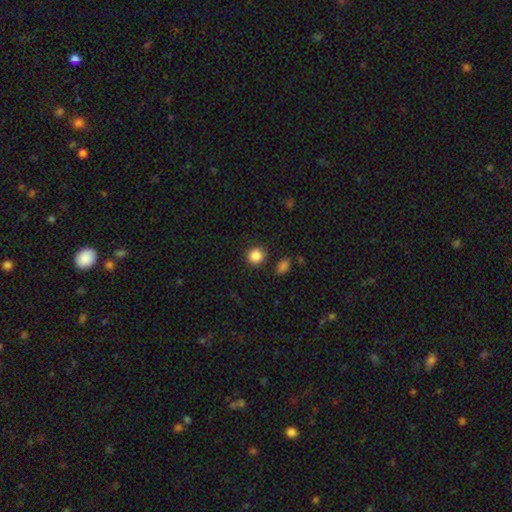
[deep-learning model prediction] The model was most divided on "smooth or featured": smooth: 87%, star or artifact: 10%, featured or disk: 3%. More confident: how rounded — round (90%); merging — none (89%).